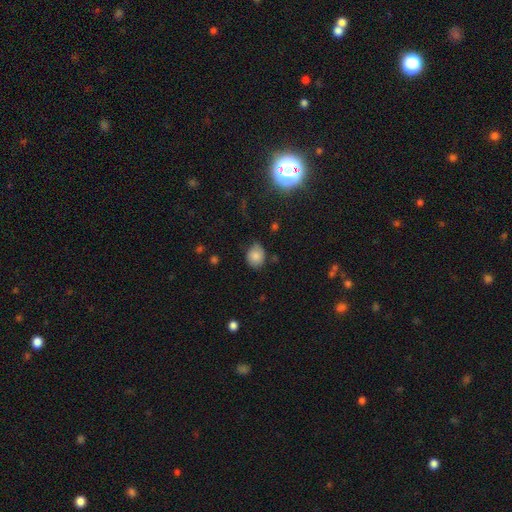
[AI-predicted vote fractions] Smooth or featured: smooth — 80% (star or artifact — 11%)
How rounded: round — 52% (in between — 47%)
Merging: none — 66% (minor disturbance — 27%)